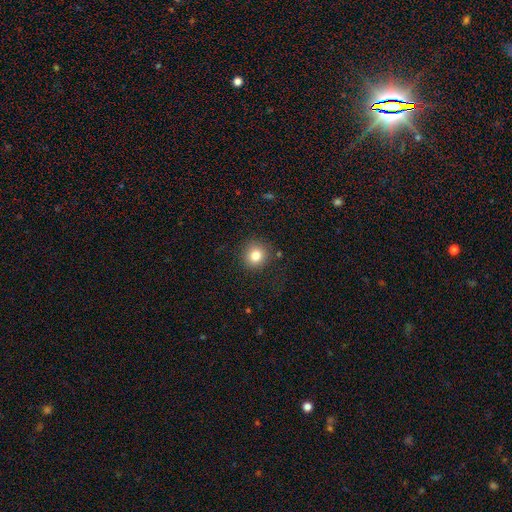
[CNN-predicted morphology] Smooth or featured? Predicted: smooth (p=0.81). How rounded? Predicted: round (p=0.89). Merging? Predicted: none (p=0.87).